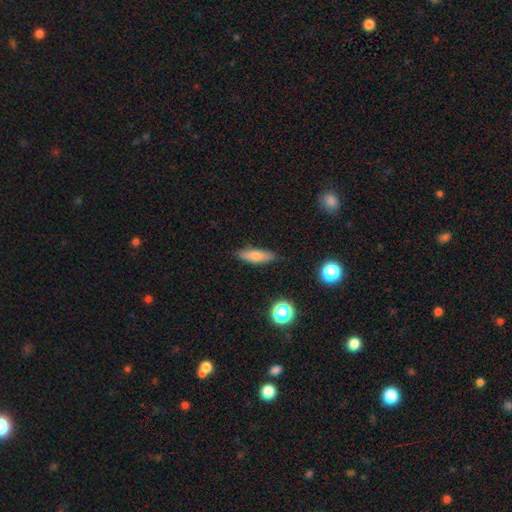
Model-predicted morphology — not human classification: Smooth or featured? smooth (74%)
How rounded? cigar-shaped (53%)
Merging? none (85%)